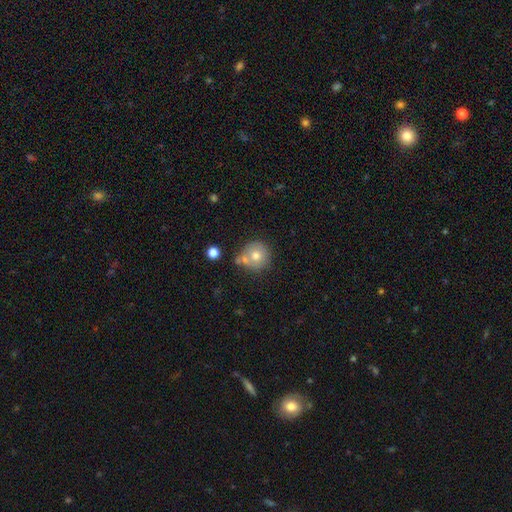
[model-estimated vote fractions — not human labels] smooth-or-featured: smooth: 71% | featured or disk: 19% | star or artifact: 10%
  how-rounded: round: 92% | in between: 8% | cigar-shaped: 1%
  merging: none: 58% | merger: 25% | minor disturbance: 14% | major disturbance: 4%